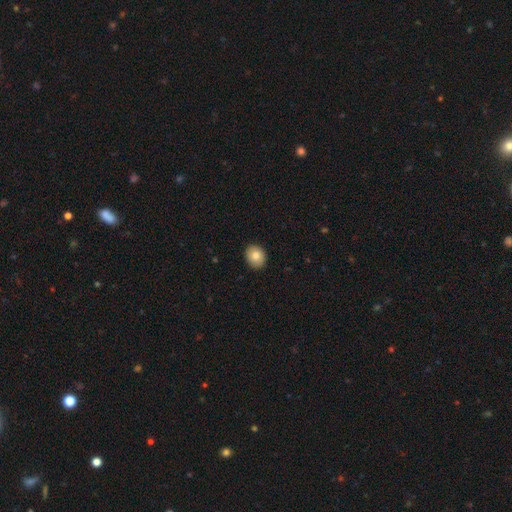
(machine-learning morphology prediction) Smooth or featured?
  - smooth: 83% *
  - featured or disk: 9%
  - star or artifact: 8%
How rounded?
  - round: 59% *
  - in between: 40%
  - cigar-shaped: 1%
Merging?
  - none: 90% *
  - minor disturbance: 7%
  - major disturbance: 2%
  - merger: 1%